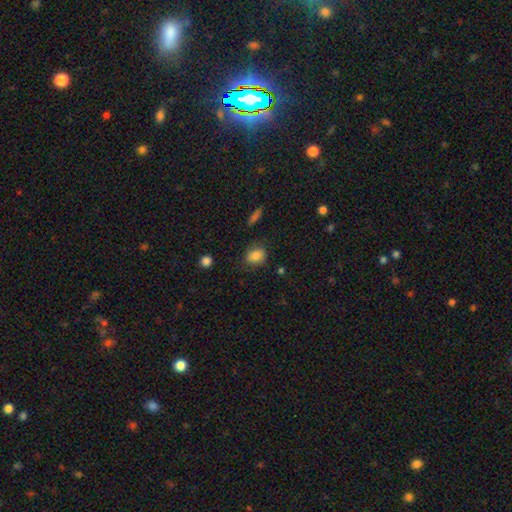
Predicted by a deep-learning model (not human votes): Smooth or featured: smooth — 83% (star or artifact — 9%)
How rounded: in between — 51% (round — 48%)
Merging: none — 77% (minor disturbance — 16%)